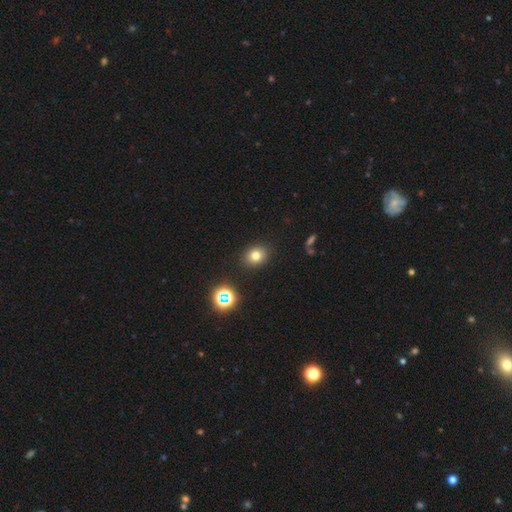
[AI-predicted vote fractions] This appears to be a smooth galaxy with no disk features (74%) that is round (57%). Merging: none (88%).